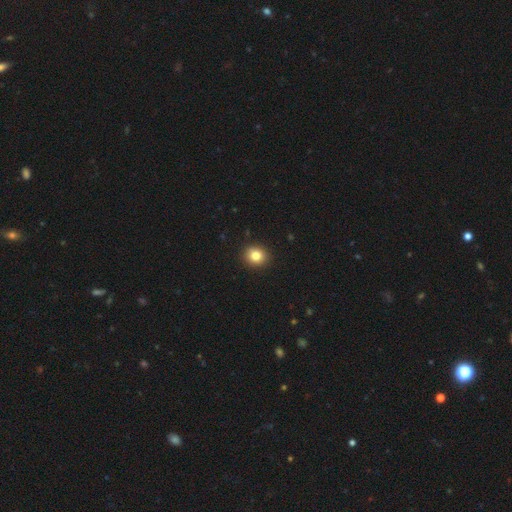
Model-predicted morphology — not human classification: A smooth galaxy with no disk features (83%) that is round (77%). Merging: none (92%).